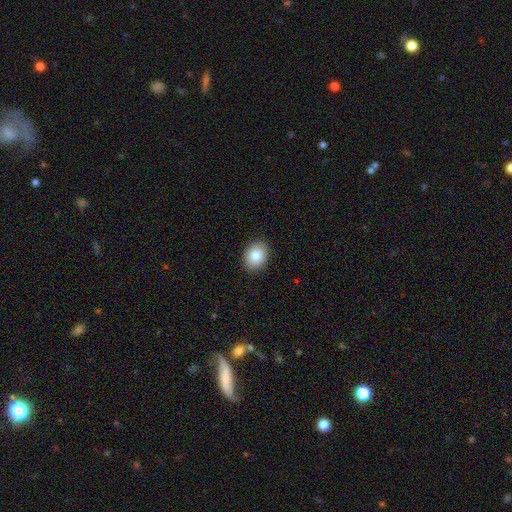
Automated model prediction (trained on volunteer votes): The model was most divided on "how rounded": in between: 64%, round: 35%, cigar-shaped: 1%. More confident: merging — none (90%); smooth or featured — smooth (84%).